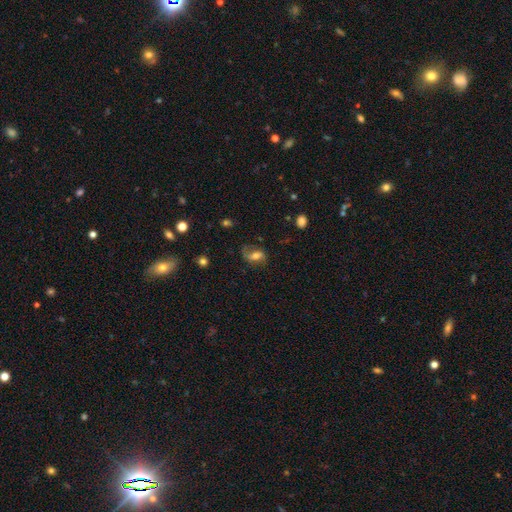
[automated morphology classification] A featured or disk galaxy (57%) with a weak bar (41%), spiral arms (86%) and a moderate central bulge (54%). Merging: none (65%).